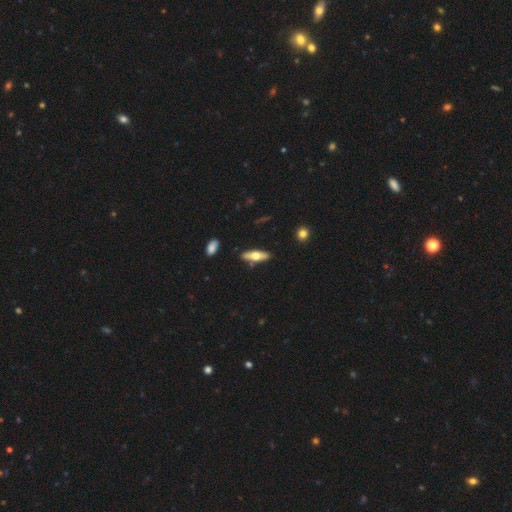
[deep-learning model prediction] smooth 48%, featured or disk 46%, star or artifact 6%. Down the decision tree: merging — none (81%).